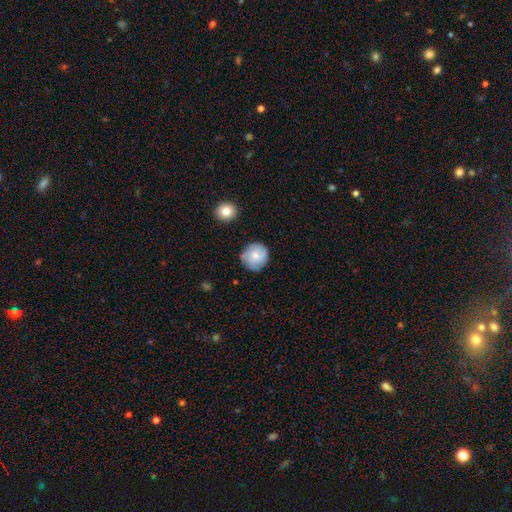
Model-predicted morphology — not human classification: This is possibly a smooth galaxy (56%). How rounded: clearly round (92%). Merging: likely none (78%).